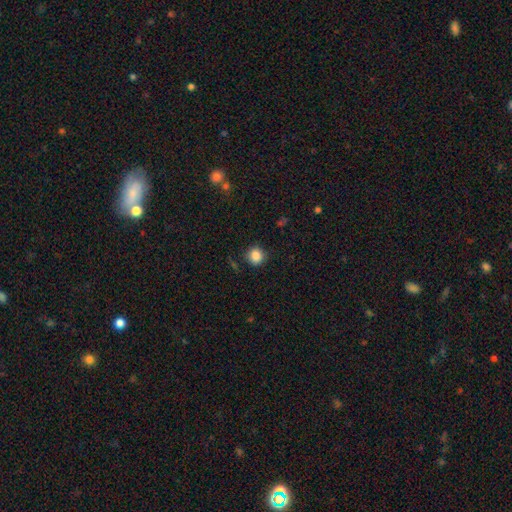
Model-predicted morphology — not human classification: This appears to be a smooth galaxy with no disk features (85%) that is round (91%). Merging: none (88%).